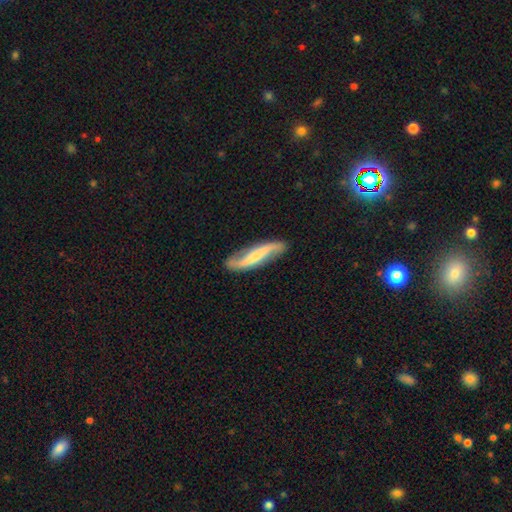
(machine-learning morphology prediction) Q: Smooth or featured?
A: featured or disk (76%); runner-up: smooth (19%)
Q: Edge-on disk?
A: no (79%); runner-up: yes (21%)
Q: Bar?
A: strong (45%); runner-up: weak (31%)
Q: Spiral arms?
A: yes (93%); runner-up: no (7%)
Q: Spiral winding?
A: loose (74%); runner-up: medium (18%)
Q: Spiral arm count?
A: 2 (92%); runner-up: can't tell (3%)
Q: Bulge size?
A: small (44%); runner-up: moderate (28%)
Q: Merging?
A: none (81%); runner-up: minor disturbance (13%)